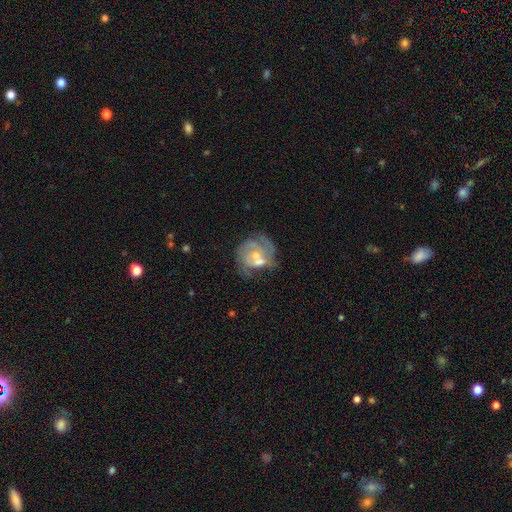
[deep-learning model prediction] A featured or disk galaxy (71%) with no bar (66%), tight (50%) spiral arms (78%) and a moderate central bulge (46%).

Vote fractions:
- Smooth or featured? featured or disk: 71% / smooth: 20% / star or artifact: 9%
- Edge-on disk? no: 98% / yes: 2%
- Bar? no: 66% / weak: 29% / strong: 6%
- Spiral arms? yes: 78% / no: 22%
- Spiral winding? tight: 50% / medium: 36% / loose: 14%
- Spiral arm count? can't tell: 35% / 2: 31% / 3: 17% / 1: 8% / 4: 5% / more than 4: 4%
- Bulge size? moderate: 46% / small: 44% / none: 6% / large: 3% / dominant: 1%
- Merging? none: 43% / merger: 26% / minor disturbance: 16% / major disturbance: 14%